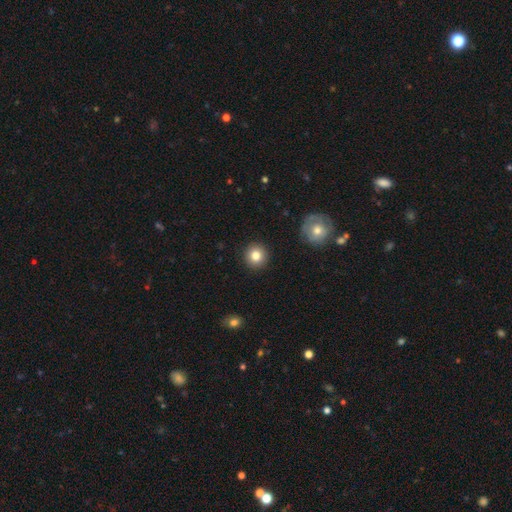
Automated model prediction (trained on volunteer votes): Smooth or featured? smooth (83%)
How rounded? round (94%)
Merging? none (92%)